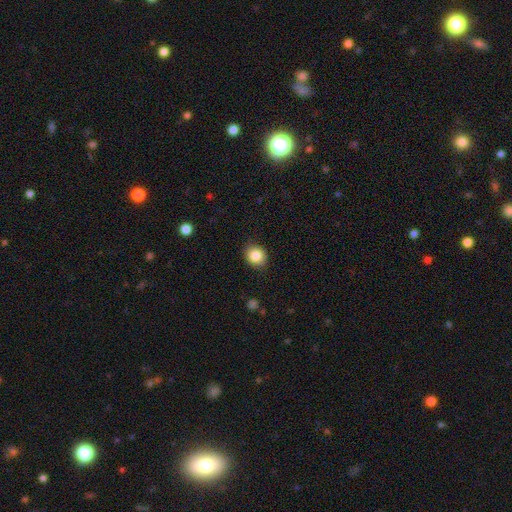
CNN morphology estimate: type=smooth (85%); roundness=round (69%); merging=none (87%).